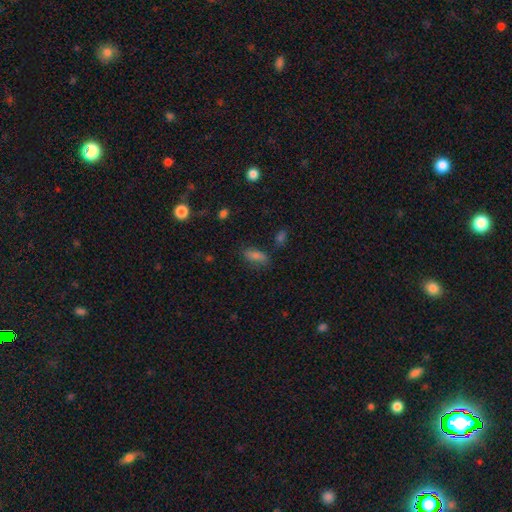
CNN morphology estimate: smooth-or-featured: smooth: 74% | star or artifact: 15% | featured or disk: 11%
  how-rounded: in between: 72% | cigar-shaped: 23% | round: 5%
  merging: none: 75% | minor disturbance: 16% | major disturbance: 5% | merger: 4%